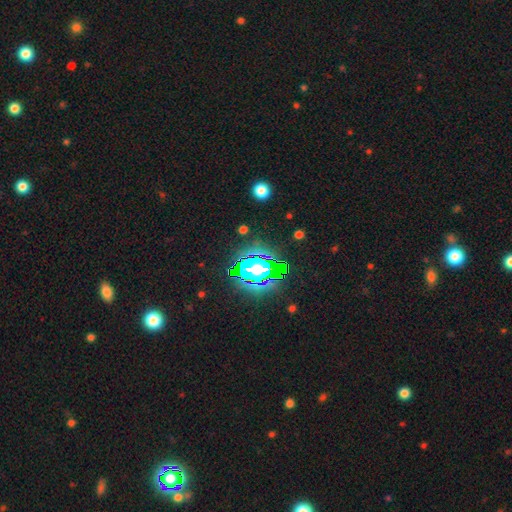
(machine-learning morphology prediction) Smooth or featured? Predicted: star or artifact (p=0.84).